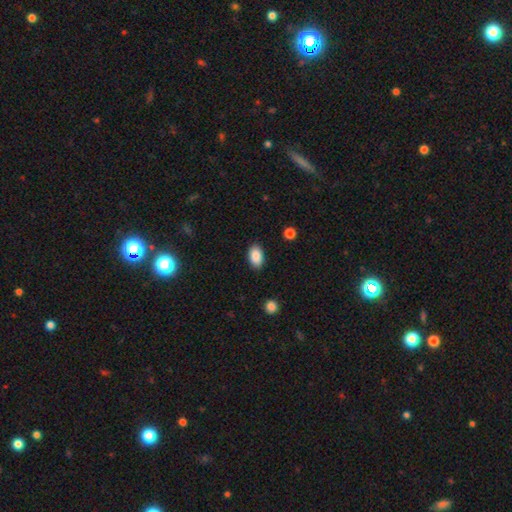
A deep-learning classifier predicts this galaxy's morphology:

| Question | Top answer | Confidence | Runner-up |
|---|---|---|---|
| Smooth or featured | smooth | 87% | star or artifact (8%) |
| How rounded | in between | 92% | round (7%) |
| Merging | none | 87% | minor disturbance (9%) |